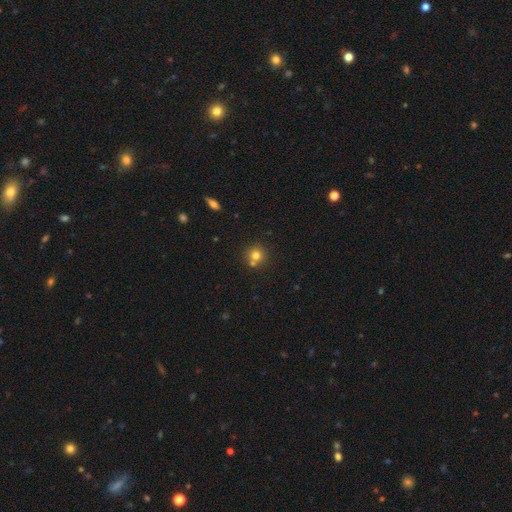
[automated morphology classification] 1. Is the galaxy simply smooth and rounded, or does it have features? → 75% smooth, 14% star or artifact, 11% featured or disk.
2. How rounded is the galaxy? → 91% round, 8% in between, 1% cigar-shaped.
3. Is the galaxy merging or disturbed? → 65% none, 25% merger, 8% minor disturbance, 2% major disturbance.